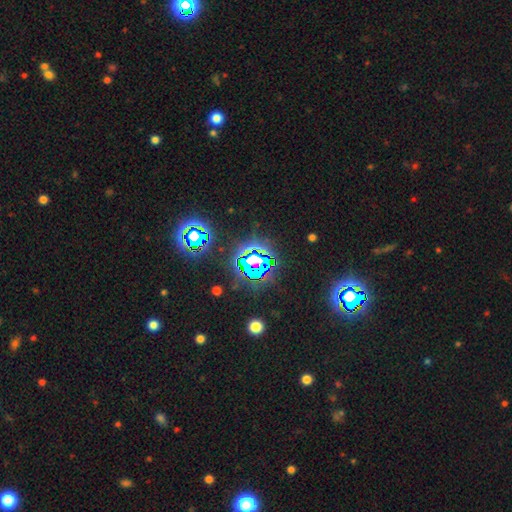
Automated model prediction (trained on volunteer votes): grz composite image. It shows a star or artifact, not a galaxy (81%).